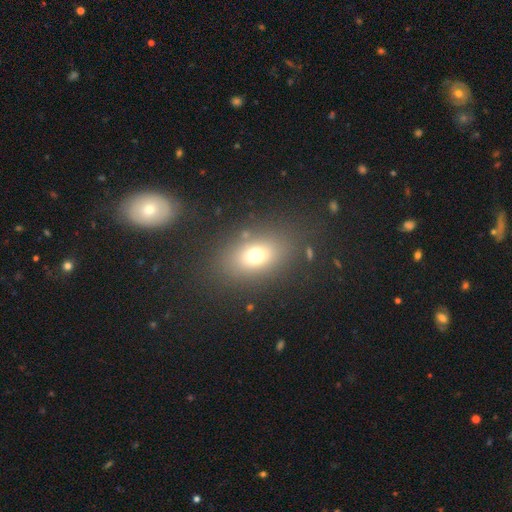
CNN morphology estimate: smooth_or_featured: smooth (p=0.69) [alt: star or artifact p=0.17]
how_rounded: in between (p=0.67) [alt: round p=0.31]
merging: none (p=0.80) [alt: minor disturbance p=0.10]